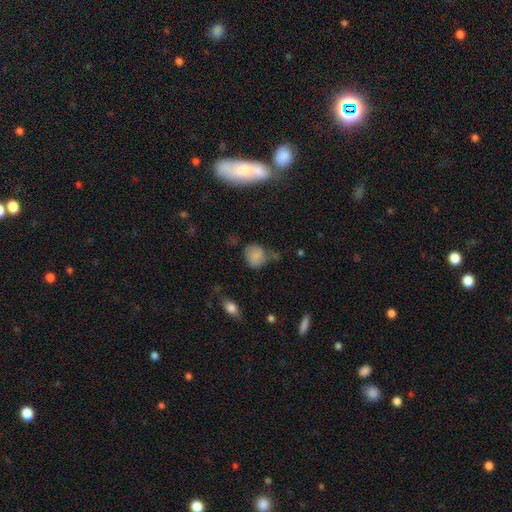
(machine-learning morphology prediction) This is likely a smooth galaxy (75%). How rounded: likely round (62%). Merging: possibly none (52%).